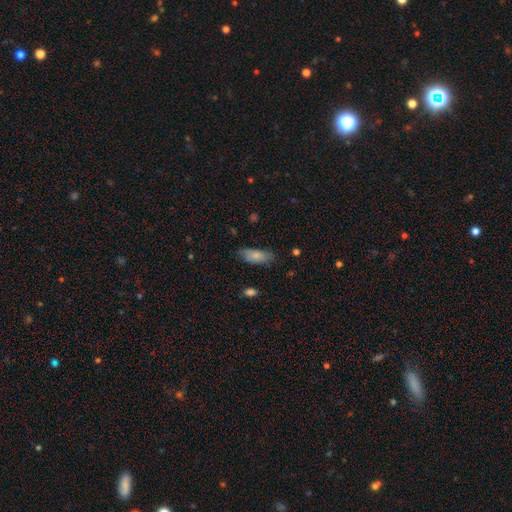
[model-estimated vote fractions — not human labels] Smooth or featured?
  - smooth: 81% *
  - featured or disk: 13%
  - star or artifact: 6%
How rounded?
  - in between: 83% *
  - cigar-shaped: 15%
  - round: 2%
Merging?
  - none: 72% *
  - minor disturbance: 22%
  - major disturbance: 5%
  - merger: 2%